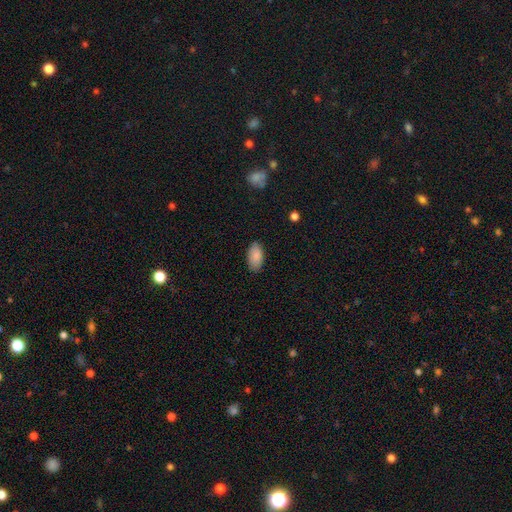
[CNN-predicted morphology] smooth 87%, star or artifact 6%, featured or disk 6%. Down the decision tree: how rounded — in between (94%); merging — none (84%).